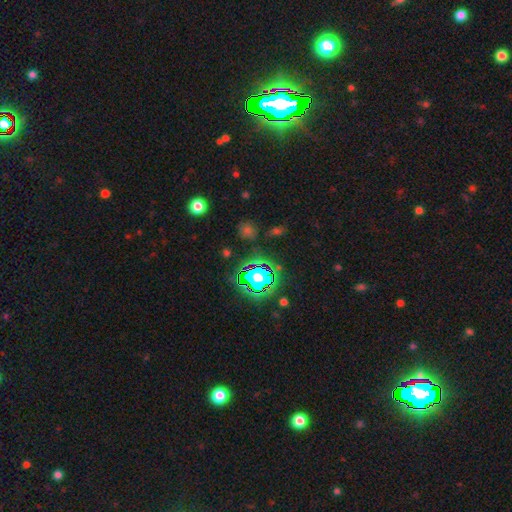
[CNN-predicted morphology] This is clearly a star or artifact rather than a galaxy (81%).